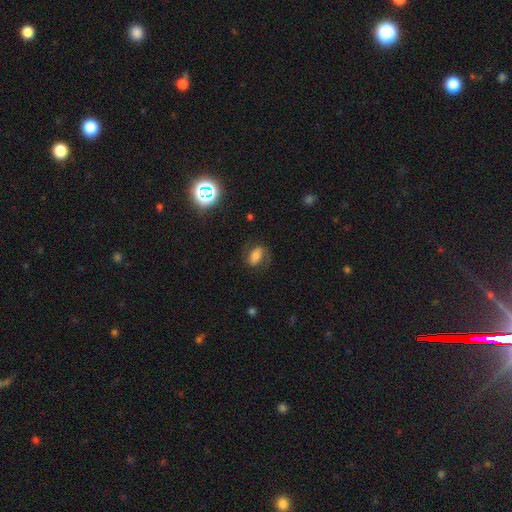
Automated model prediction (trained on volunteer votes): Q: Smooth or featured?
A: smooth (45%); runner-up: featured or disk (41%)
Q: Merging?
A: none (71%); runner-up: minor disturbance (17%)